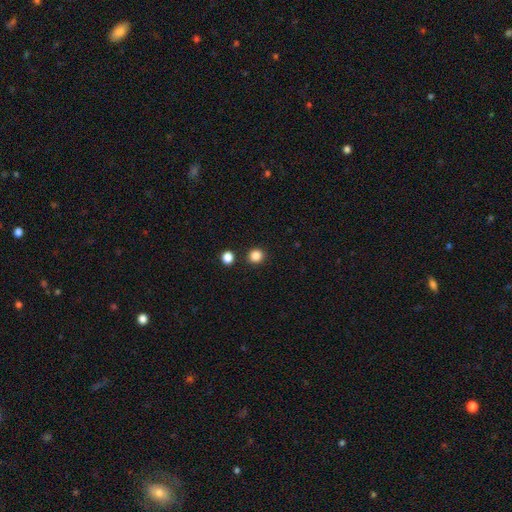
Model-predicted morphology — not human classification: Overall: smooth (85%). How rounded: round (91%). Merging: none (89%).